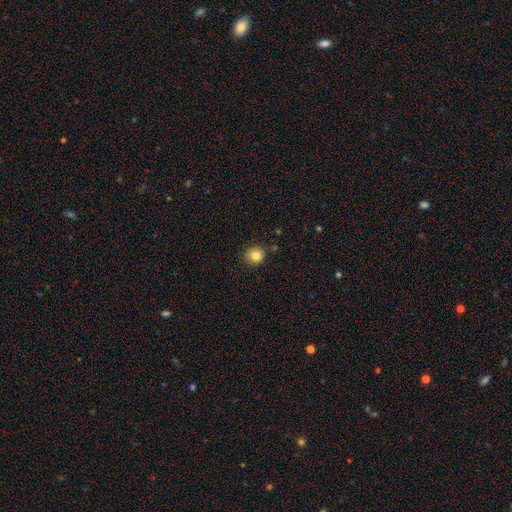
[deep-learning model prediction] The model was most divided on "smooth or featured": smooth: 83%, star or artifact: 11%, featured or disk: 6%. More confident: how rounded — round (87%); merging — none (86%).